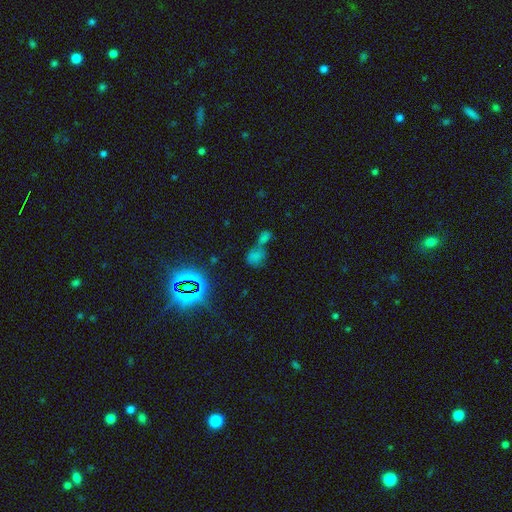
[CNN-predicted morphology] Q: Smooth or featured?
A: smooth (59%); runner-up: star or artifact (30%)
Q: How rounded?
A: in between (56%); runner-up: round (39%)
Q: Merging?
A: merger (58%); runner-up: none (26%)